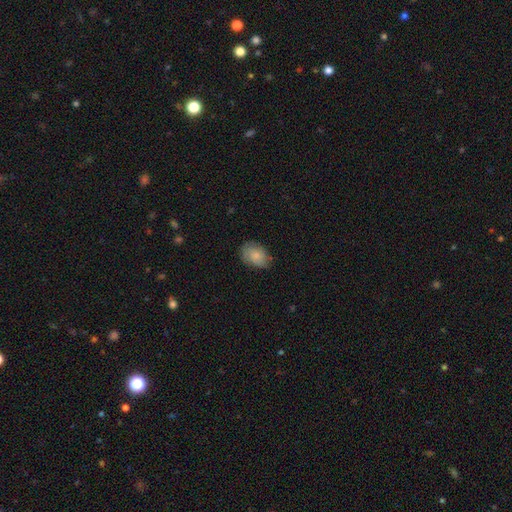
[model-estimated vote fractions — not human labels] Smooth or featured?
  - smooth: 78% *
  - featured or disk: 15%
  - star or artifact: 7%
How rounded?
  - in between: 79% *
  - round: 20%
  - cigar-shaped: 1%
Merging?
  - none: 70% *
  - minor disturbance: 24%
  - major disturbance: 5%
  - merger: 1%